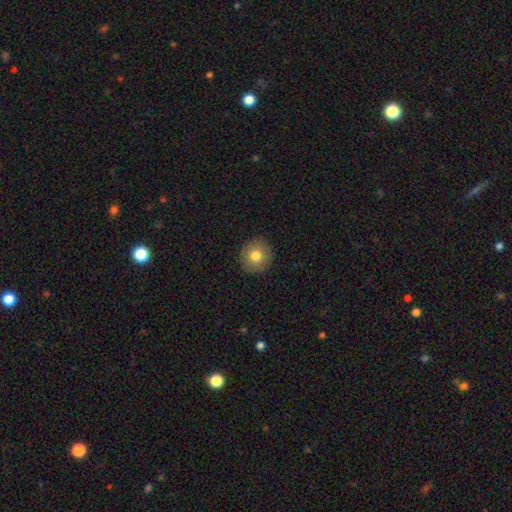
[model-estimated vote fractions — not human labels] A smooth galaxy with no disk features (77%) that is round (92%).

Vote fractions:
- Smooth or featured? smooth: 77% / featured or disk: 15% / star or artifact: 9%
- How rounded? round: 92% / in between: 8% / cigar-shaped: 1%
- Merging? none: 91% / minor disturbance: 6% / major disturbance: 2% / merger: 1%